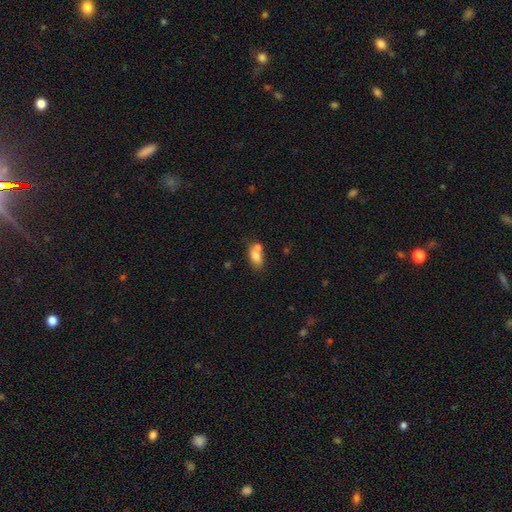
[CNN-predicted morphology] Smooth or featured? Predicted: smooth (p=0.74). How rounded? Predicted: in between (p=0.82). Merging? Predicted: merger (p=0.45).